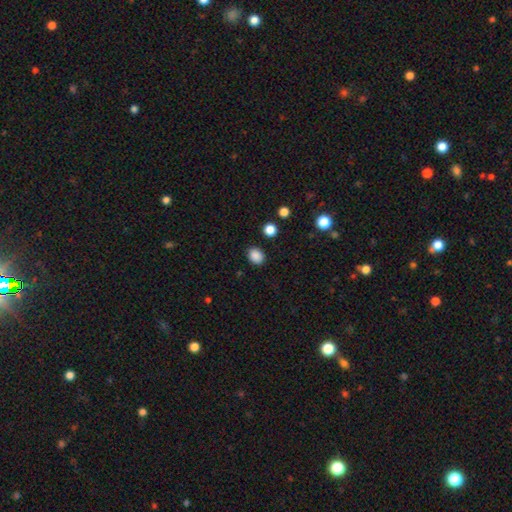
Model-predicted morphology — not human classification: This is clearly a smooth galaxy (87%). How rounded: possibly round (56%). Merging: clearly none (88%).